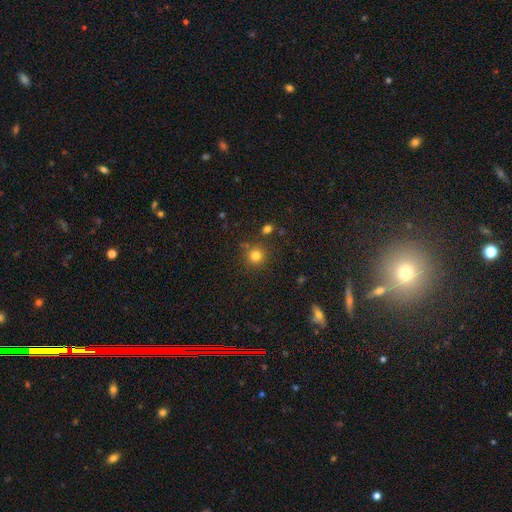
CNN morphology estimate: The model was most divided on "smooth or featured": smooth: 79%, star or artifact: 15%, featured or disk: 6%. More confident: how rounded — round (93%); merging — none (82%).